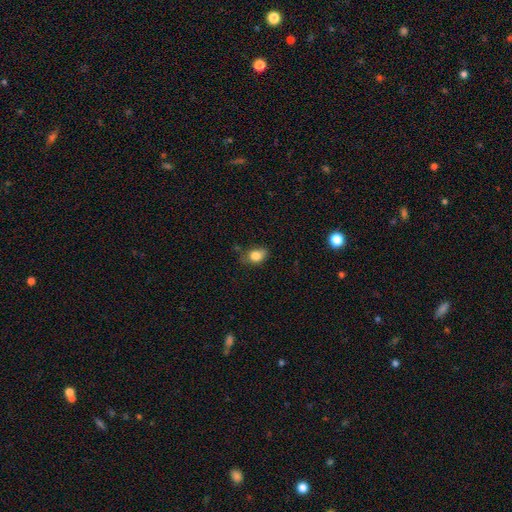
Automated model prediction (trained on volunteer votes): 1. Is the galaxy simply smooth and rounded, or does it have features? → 82% smooth, 10% star or artifact, 8% featured or disk.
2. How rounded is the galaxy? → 67% in between, 31% round, 2% cigar-shaped.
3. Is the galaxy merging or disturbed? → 50% none, 36% minor disturbance, 11% major disturbance, 4% merger.